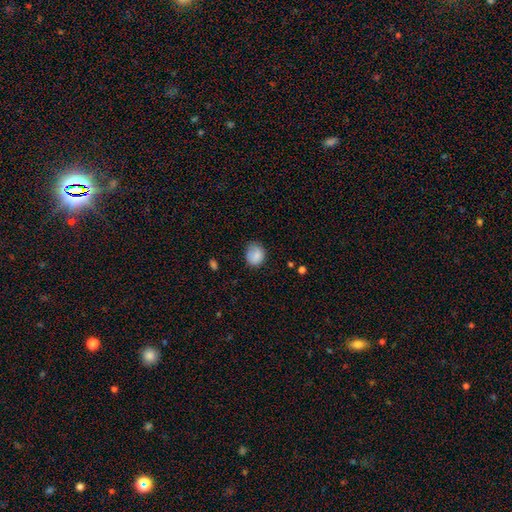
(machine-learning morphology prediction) Overall: smooth (84%). How rounded: round (68%; in between 31%). Merging: none (64%; minor disturbance 27%).